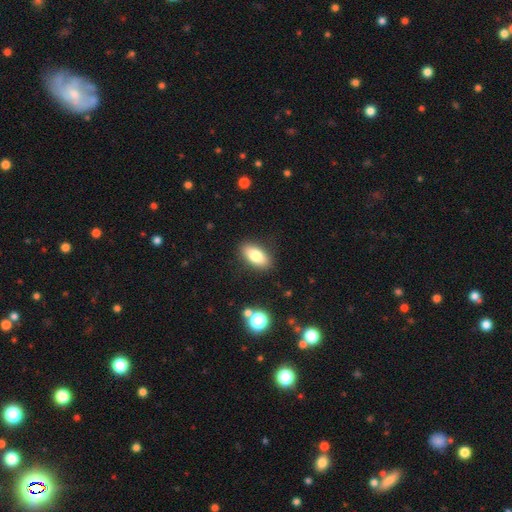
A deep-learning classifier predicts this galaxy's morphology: This appears to be a smooth galaxy with no disk features (79%) that is in between round and cigar-shaped (88%). Merging: none (87%).